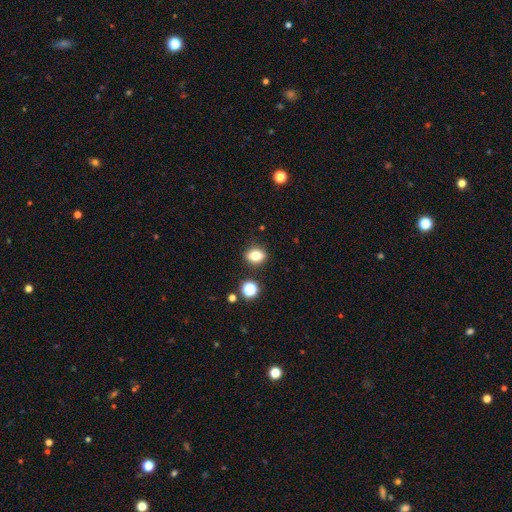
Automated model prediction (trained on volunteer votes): This appears to be a smooth galaxy with no disk features (79%) that is in between round and cigar-shaped (62%). Merging: none (85%).